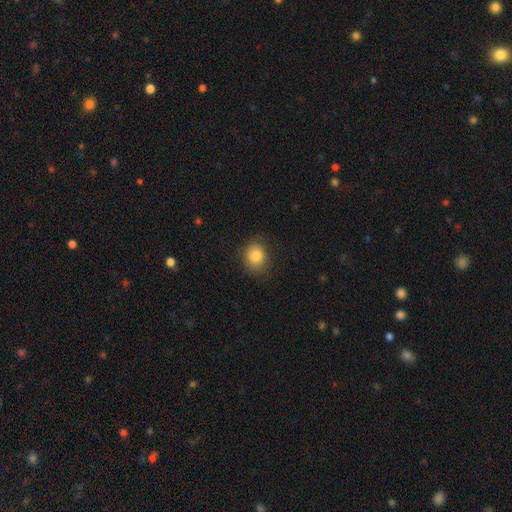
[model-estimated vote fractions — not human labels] Smooth or featured?
  - smooth: 83% *
  - star or artifact: 10%
  - featured or disk: 8%
How rounded?
  - round: 62% *
  - in between: 38%
  - cigar-shaped: 1%
Merging?
  - none: 78% *
  - minor disturbance: 16%
  - major disturbance: 4%
  - merger: 1%